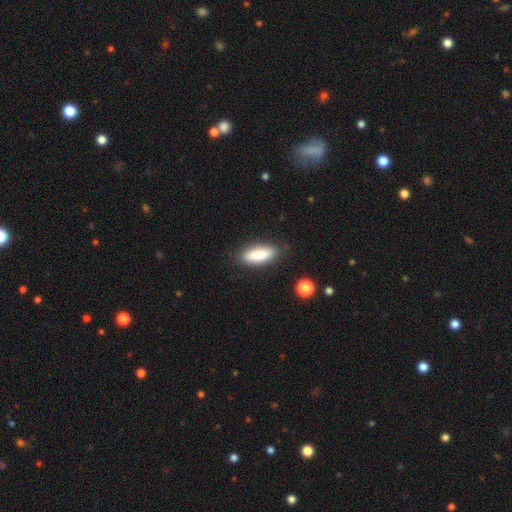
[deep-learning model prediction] Smooth or featured: smooth — 85% (featured or disk — 9%)
How rounded: in between — 66% (cigar-shaped — 32%)
Merging: none — 86% (minor disturbance — 10%)